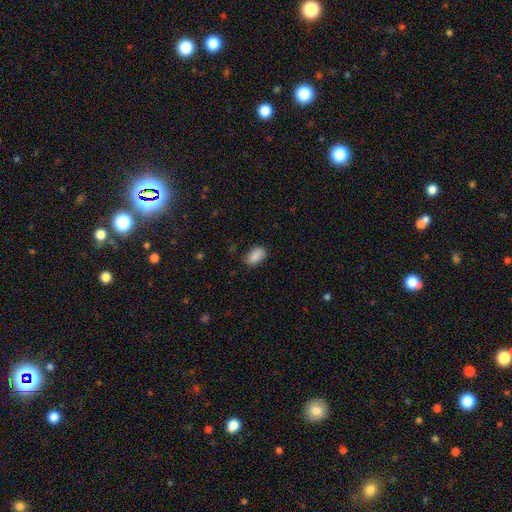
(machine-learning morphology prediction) Smooth or featured? Predicted: smooth (p=0.88). How rounded? Predicted: in between (p=0.93). Merging? Predicted: none (p=0.79).